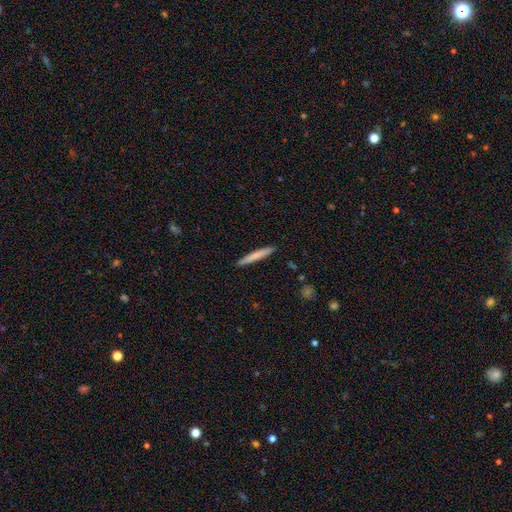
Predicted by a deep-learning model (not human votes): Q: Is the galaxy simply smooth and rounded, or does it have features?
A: smooth — 72%.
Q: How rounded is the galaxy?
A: cigar-shaped — 96%.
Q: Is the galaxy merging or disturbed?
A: none — 90%.